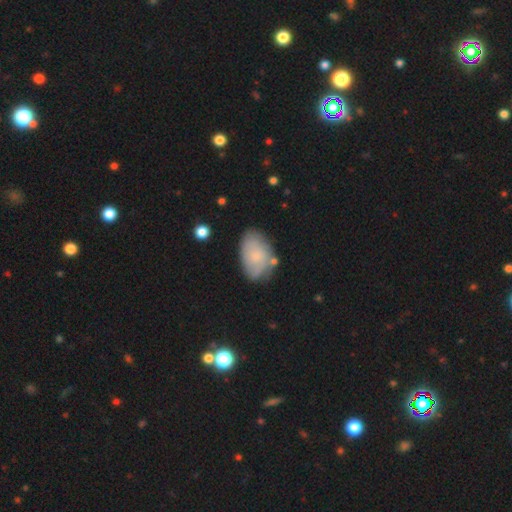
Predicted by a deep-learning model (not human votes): This is possibly a smooth galaxy (59%). How rounded: clearly in between (91%). Merging: likely none (67%).